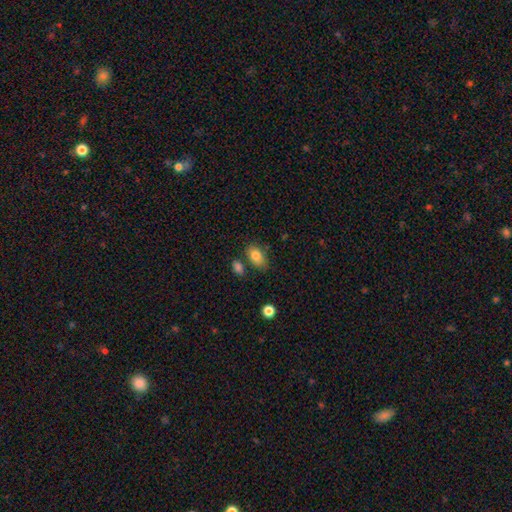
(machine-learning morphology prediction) Q: Smooth or featured?
A: smooth (83%); runner-up: featured or disk (9%)
Q: How rounded?
A: in between (88%); runner-up: round (10%)
Q: Merging?
A: none (68%); runner-up: minor disturbance (17%)